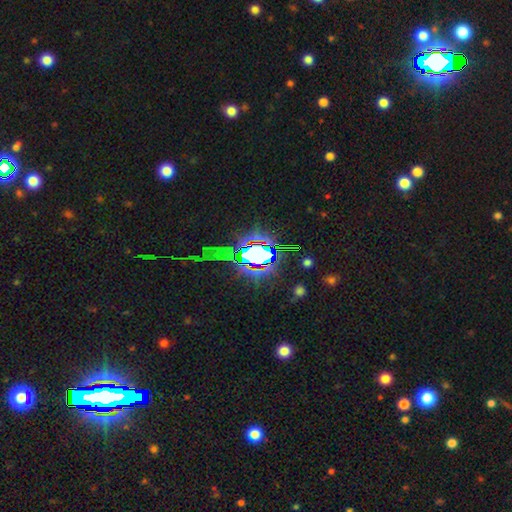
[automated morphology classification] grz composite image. It shows a star or artifact, not a galaxy (83%).